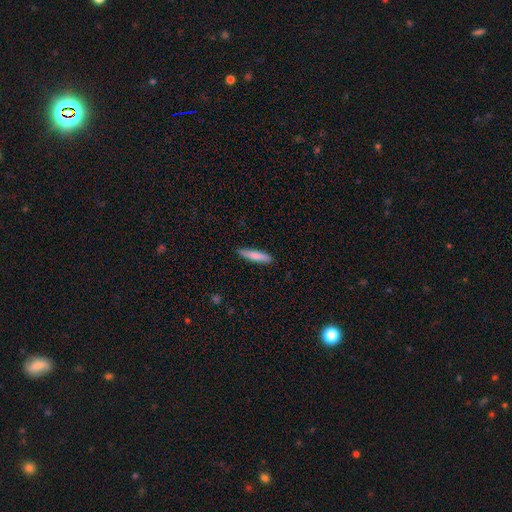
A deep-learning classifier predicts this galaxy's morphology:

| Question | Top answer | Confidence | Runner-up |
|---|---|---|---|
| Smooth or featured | smooth | 79% | featured or disk (15%) |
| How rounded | cigar-shaped | 86% | in between (12%) |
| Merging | none | 88% | minor disturbance (9%) |